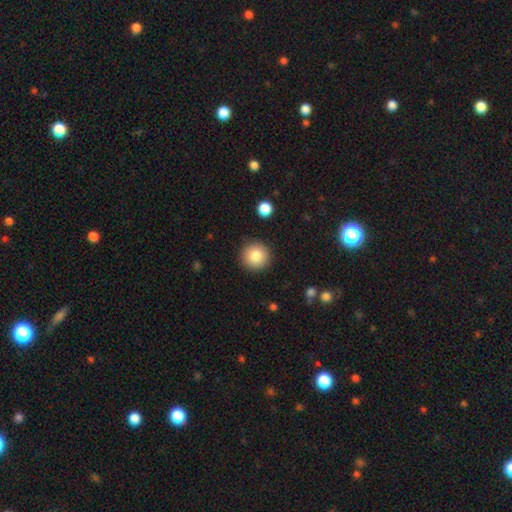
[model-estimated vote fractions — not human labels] This is clearly a smooth galaxy (83%). How rounded: clearly round (95%). Merging: clearly none (91%).